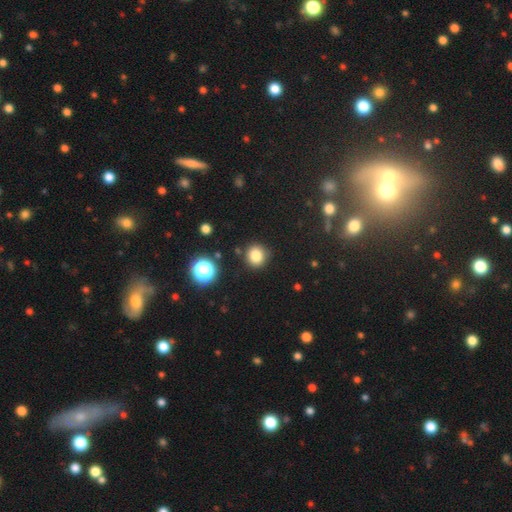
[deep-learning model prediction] smooth-or-featured: smooth: 82% | star or artifact: 13% | featured or disk: 5%
  how-rounded: round: 87% | in between: 12% | cigar-shaped: 1%
  merging: none: 86% | minor disturbance: 9% | merger: 3% | major disturbance: 3%